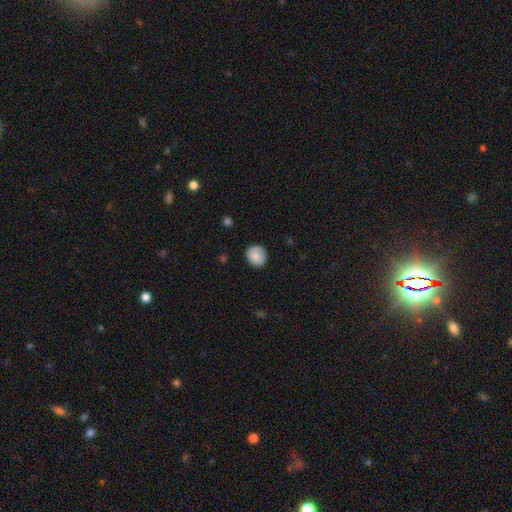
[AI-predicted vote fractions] Q: Smooth or featured?
A: smooth (83%); runner-up: featured or disk (10%)
Q: How rounded?
A: round (79%); runner-up: in between (20%)
Q: Merging?
A: none (80%); runner-up: minor disturbance (15%)